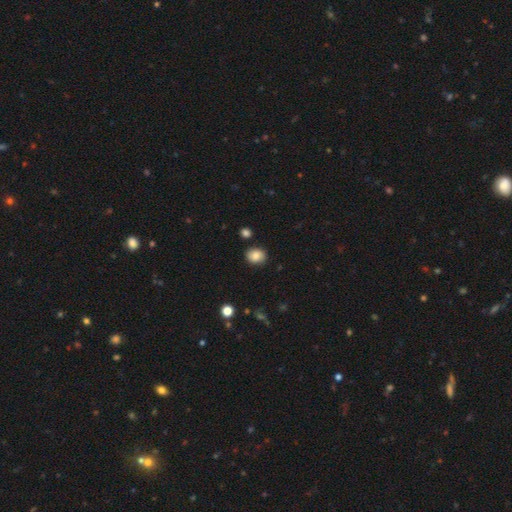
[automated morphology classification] Smooth or featured?
  - smooth: 82% *
  - star or artifact: 9%
  - featured or disk: 9%
How rounded?
  - round: 56% *
  - in between: 43%
  - cigar-shaped: 1%
Merging?
  - none: 86% *
  - minor disturbance: 9%
  - merger: 2%
  - major disturbance: 2%